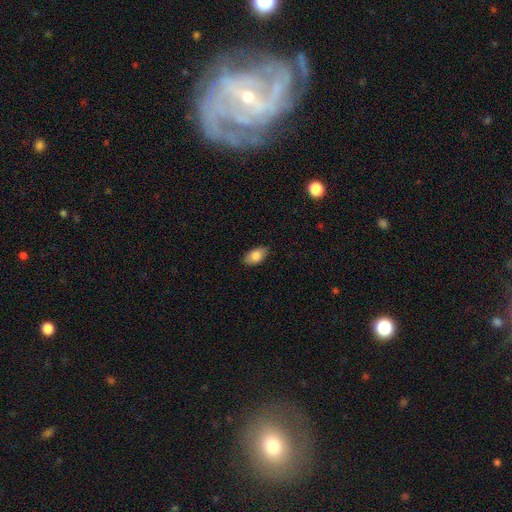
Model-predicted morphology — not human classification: This is clearly a smooth galaxy (84%). How rounded: clearly in between (92%). Merging: clearly none (84%).